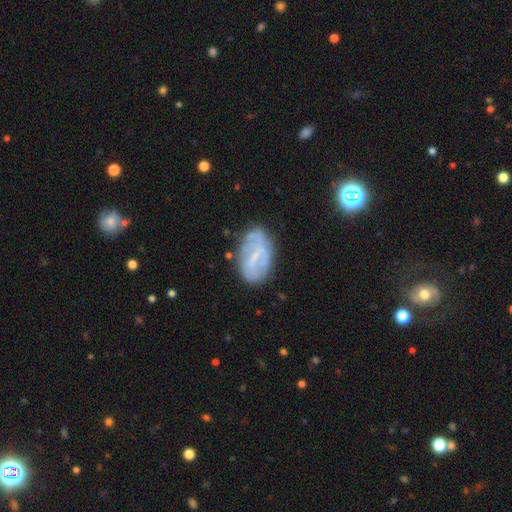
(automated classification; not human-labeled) The model was most divided on "spiral arms": yes: 57%, no: 43%. Remaining: edge-on disk — no (94%); merging — none (67%); smooth or featured — featured or disk (61%); bulge size — small (52%); bar — weak (46%).